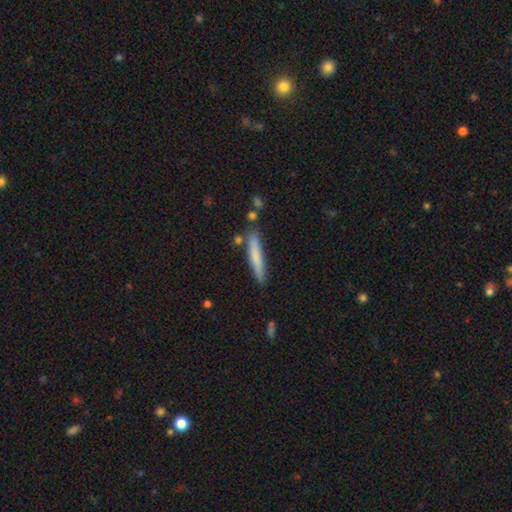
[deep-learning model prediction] A smooth galaxy with no disk features (73%) that is cigar-shaped (93%).

Vote fractions:
- Smooth or featured? smooth: 73% / featured or disk: 21% / star or artifact: 6%
- How rounded? cigar-shaped: 93% / in between: 5% / round: 1%
- Merging? none: 80% / minor disturbance: 13% / merger: 5% / major disturbance: 3%